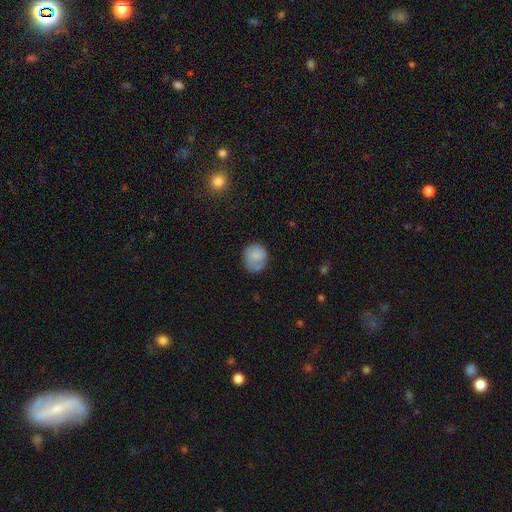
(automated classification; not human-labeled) smooth_or_featured: smooth (p=0.74) [alt: featured or disk p=0.18]
how_rounded: round (p=0.73) [alt: in between p=0.26]
merging: none (p=0.61) [alt: minor disturbance p=0.26]